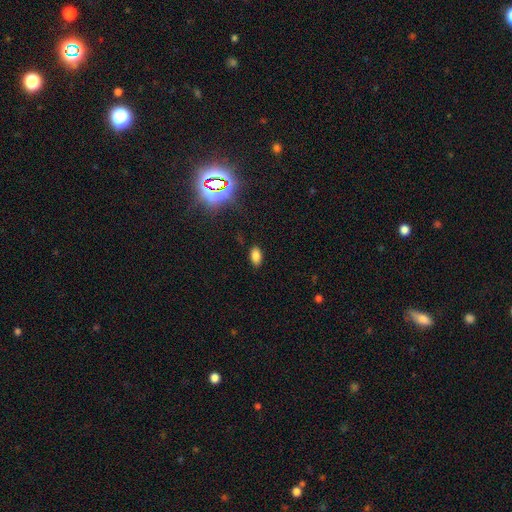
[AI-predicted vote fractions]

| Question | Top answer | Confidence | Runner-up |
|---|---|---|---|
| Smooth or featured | smooth | 80% | star or artifact (15%) |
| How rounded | in between | 92% | round (5%) |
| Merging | none | 86% | minor disturbance (10%) |